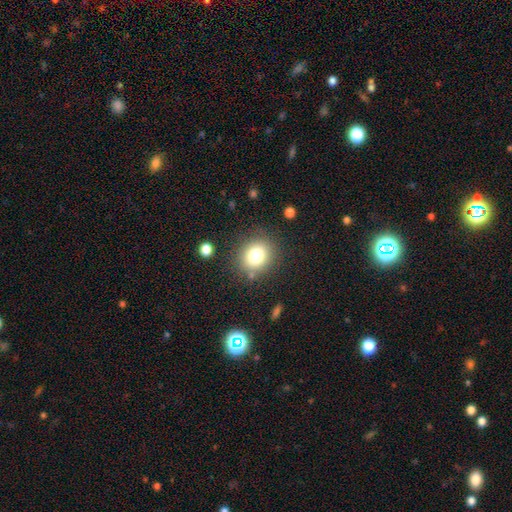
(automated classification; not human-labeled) This is likely a smooth galaxy (79%). How rounded: likely round (76%). Merging: clearly none (83%).